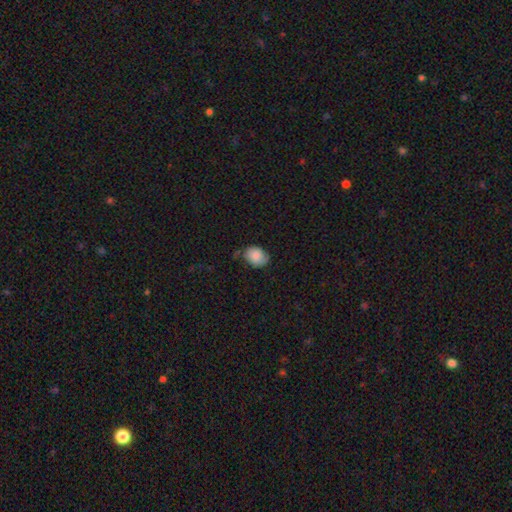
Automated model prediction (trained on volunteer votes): smooth 80%, featured or disk 12%, star or artifact 8%. Down the decision tree: how rounded — in between (68%); merging — none (61%).